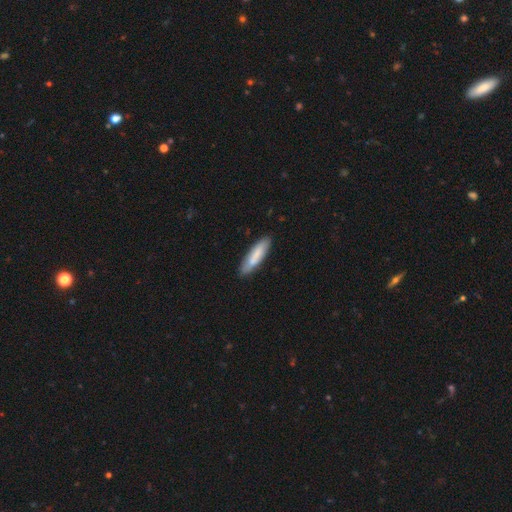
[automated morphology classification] Overall: smooth (78%). How rounded: cigar-shaped (75%). Merging: none (86%).